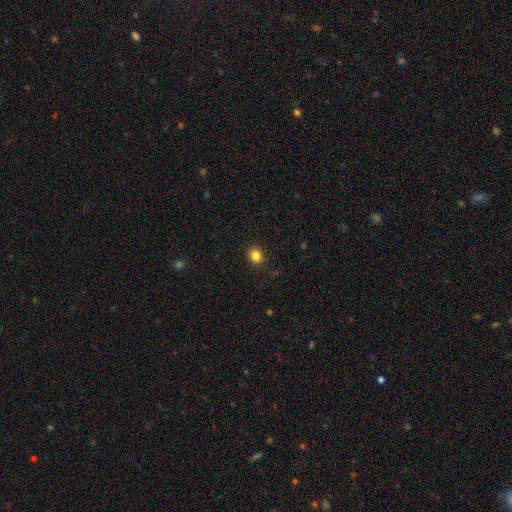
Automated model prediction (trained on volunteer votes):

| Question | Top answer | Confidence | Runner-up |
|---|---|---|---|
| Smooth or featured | smooth | 84% | star or artifact (12%) |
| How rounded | round | 76% | in between (23%) |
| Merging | none | 91% | minor disturbance (6%) |